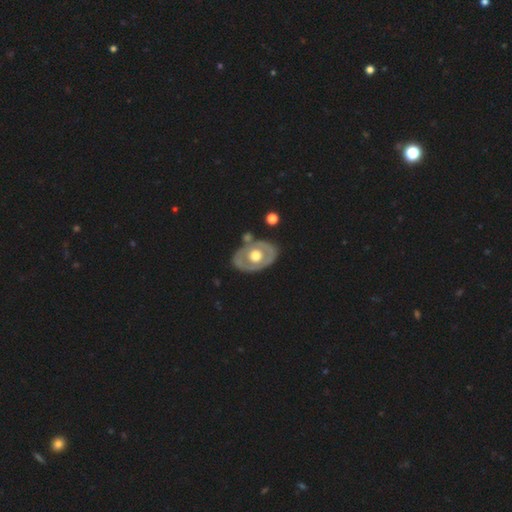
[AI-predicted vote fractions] Smooth or featured: featured or disk — 63% (smooth — 33%)
Edge-on disk: no — 92% (yes — 8%)
Bar: no — 90% (weak — 8%)
Spiral arms: no — 83% (yes — 17%)
Bulge size: moderate — 50% (large — 43%)
Merging: none — 71% (minor disturbance — 16%)